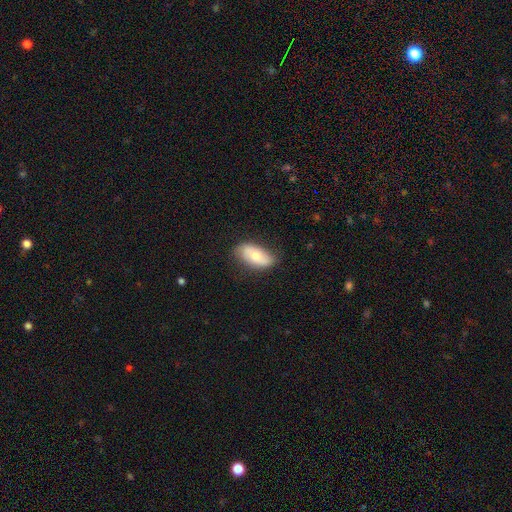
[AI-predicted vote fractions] This appears to be a smooth galaxy with no disk features (57%) that is in between round and cigar-shaped (90%). Merging: none (79%).